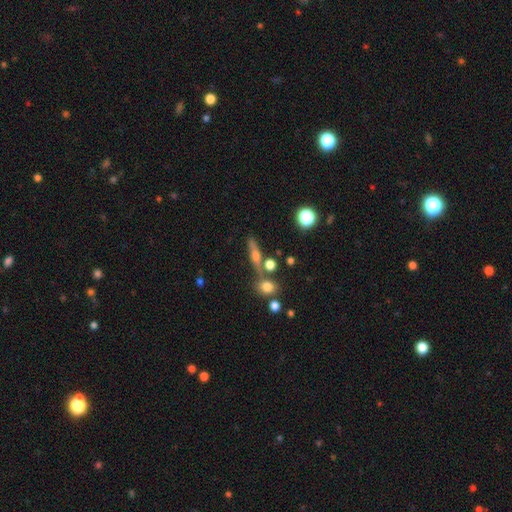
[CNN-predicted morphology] type=featured or disk (52%); edge-on=yes (88%); merging=none (71%).